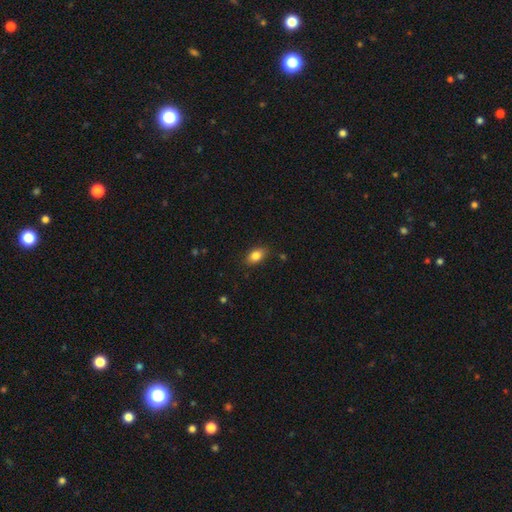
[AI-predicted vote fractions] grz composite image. It shows a smooth galaxy with no disk features (84%) that is in between round and cigar-shaped (87%). Merging: none (86%).